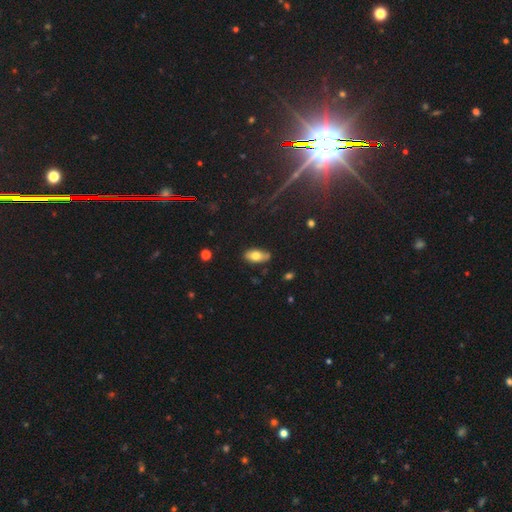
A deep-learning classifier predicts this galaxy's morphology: type=smooth (73%); roundness=in between (91%); merging=none (77%).